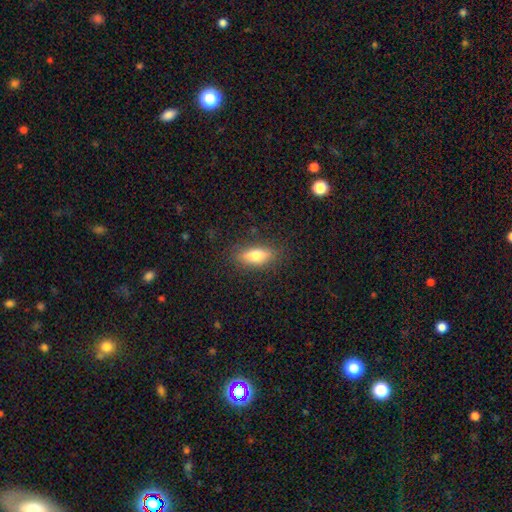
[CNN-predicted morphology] smooth 74%, featured or disk 18%, star or artifact 8%. Down the decision tree: how rounded — in between (69%); merging — none (84%).